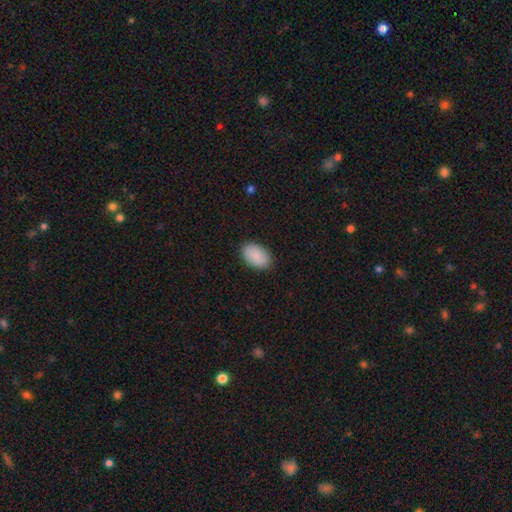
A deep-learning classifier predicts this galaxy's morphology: Smooth or featured?
  - smooth: 90% *
  - star or artifact: 6%
  - featured or disk: 4%
How rounded?
  - in between: 93% *
  - round: 6%
  - cigar-shaped: 1%
Merging?
  - none: 88% *
  - minor disturbance: 9%
  - major disturbance: 2%
  - merger: 1%